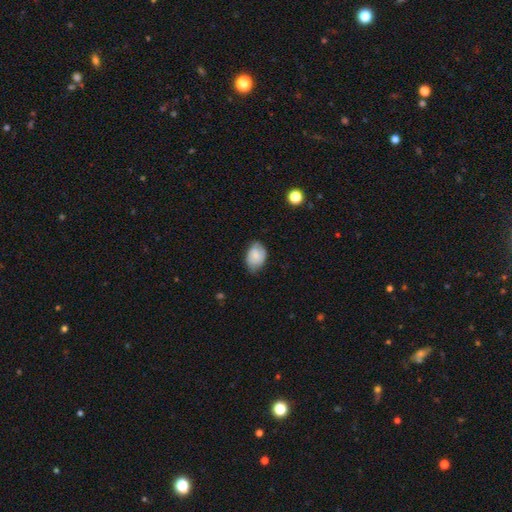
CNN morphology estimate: smooth_or_featured: smooth (p=0.75) [alt: featured or disk p=0.18]
how_rounded: in between (p=0.80) [alt: round p=0.19]
merging: none (p=0.63) [alt: minor disturbance p=0.30]